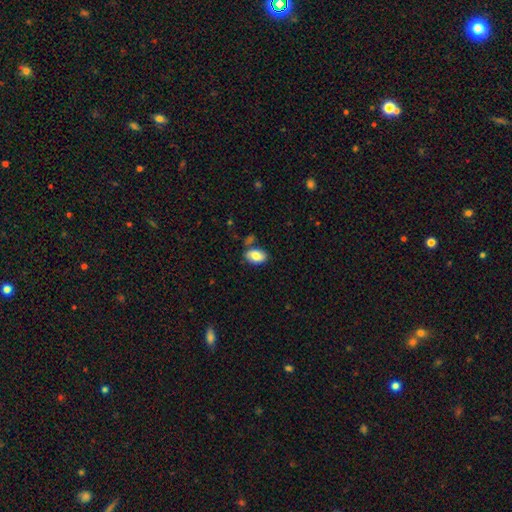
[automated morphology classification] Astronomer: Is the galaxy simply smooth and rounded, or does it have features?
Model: smooth — 80%.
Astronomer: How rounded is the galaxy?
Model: in between — 89%.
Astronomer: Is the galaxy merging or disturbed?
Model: none — 66%.